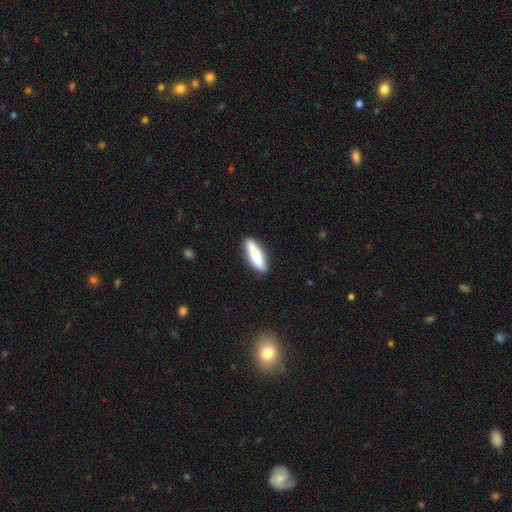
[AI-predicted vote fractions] This appears to be a smooth galaxy with no disk features (74%) that is cigar-shaped (64%). Merging: none (85%).